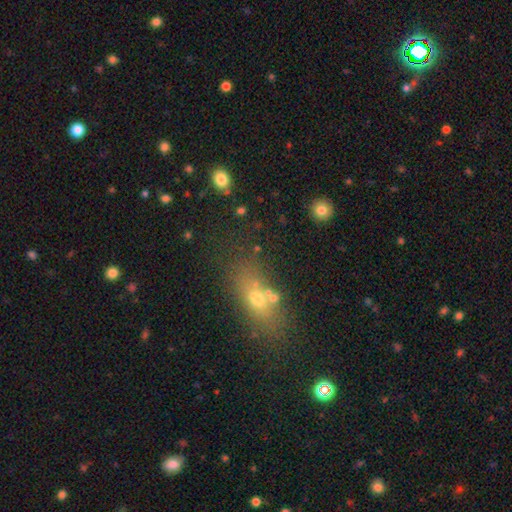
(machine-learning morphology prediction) Smooth or featured: smooth — 52% (star or artifact — 28%)
How rounded: in between — 56% (round — 26%)
Merging: none — 61% (merger — 20%)